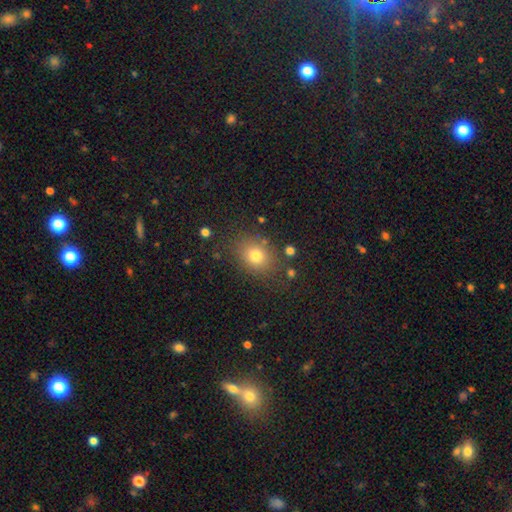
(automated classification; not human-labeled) smooth 76%, star or artifact 14%, featured or disk 10%. Down the decision tree: how rounded — round (51%); merging — none (80%).